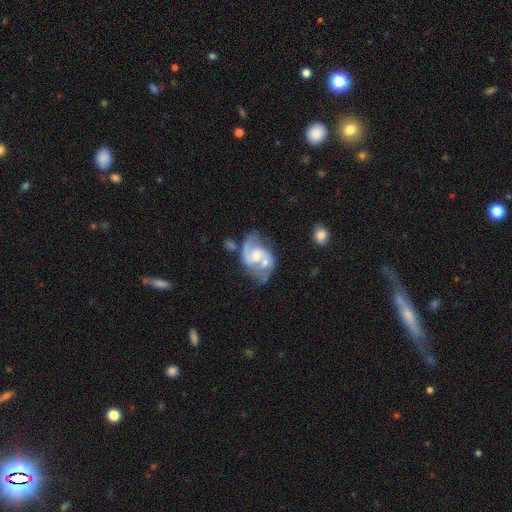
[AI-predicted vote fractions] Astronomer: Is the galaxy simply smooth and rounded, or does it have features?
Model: featured or disk — 87%.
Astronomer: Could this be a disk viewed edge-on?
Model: no — 98%.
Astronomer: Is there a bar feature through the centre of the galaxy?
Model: no — 47% (runner-up: weak, 42%).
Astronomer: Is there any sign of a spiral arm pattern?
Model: yes — 96%.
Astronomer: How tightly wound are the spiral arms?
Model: medium — 57%.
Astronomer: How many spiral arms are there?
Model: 2 — 88%.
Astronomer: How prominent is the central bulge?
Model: moderate — 49% (runner-up: small, 40%).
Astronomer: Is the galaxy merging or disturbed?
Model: none — 45% (runner-up: merger, 25%).